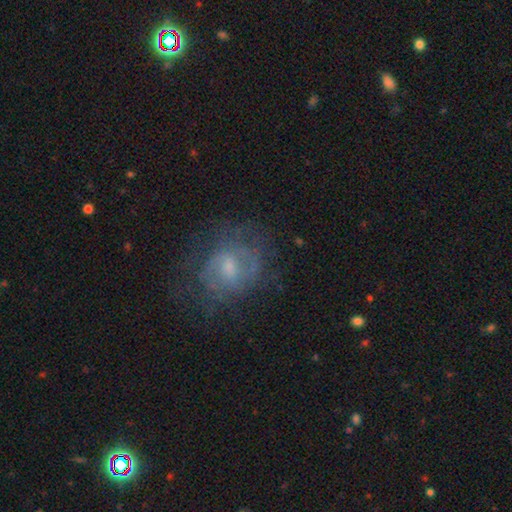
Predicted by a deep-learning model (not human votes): Smooth or featured: featured or disk — 54% (smooth — 23%)
Edge-on disk: no — 95% (yes — 5%)
Bar: no — 49% (weak — 41%)
Spiral arms: yes — 76% (no — 24%)
Bulge size: small — 53% (moderate — 35%)
Merging: none — 77% (minor disturbance — 13%)